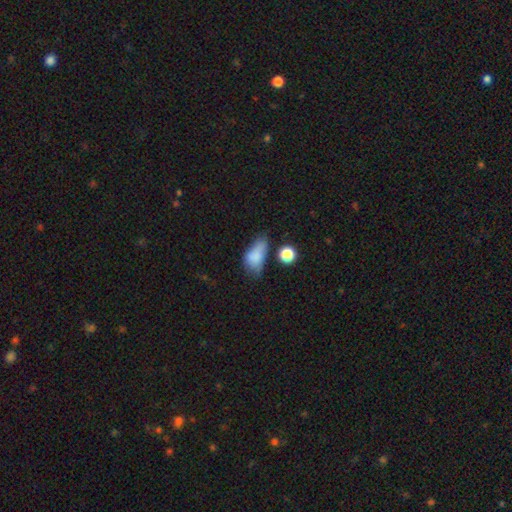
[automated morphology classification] type=smooth (74%); roundness=in between (84%); merging=minor disturbance (36%).